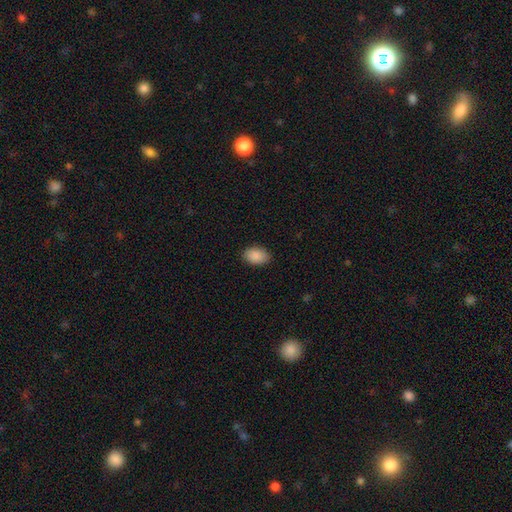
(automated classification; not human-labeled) smooth-or-featured: smooth: 90% | star or artifact: 7% | featured or disk: 3%
  how-rounded: in between: 87% | round: 12% | cigar-shaped: 1%
  merging: none: 88% | minor disturbance: 9% | major disturbance: 2% | merger: 1%